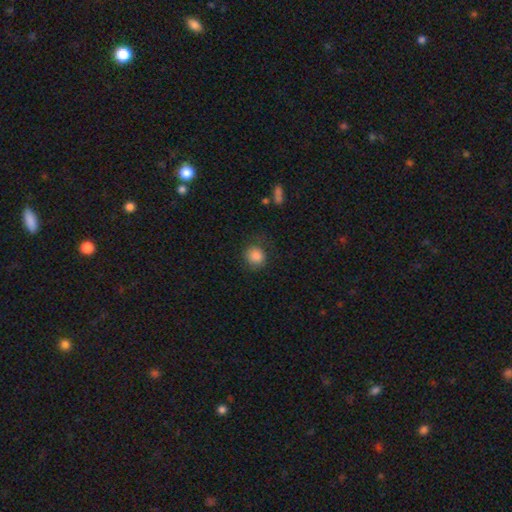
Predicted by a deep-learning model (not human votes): A smooth galaxy with no disk features (87%) that is round (84%).

Vote fractions:
- Smooth or featured? smooth: 87% / star or artifact: 9% / featured or disk: 4%
- How rounded? round: 84% / in between: 15% / cigar-shaped: 1%
- Merging? none: 77% / minor disturbance: 16% / major disturbance: 6% / merger: 2%